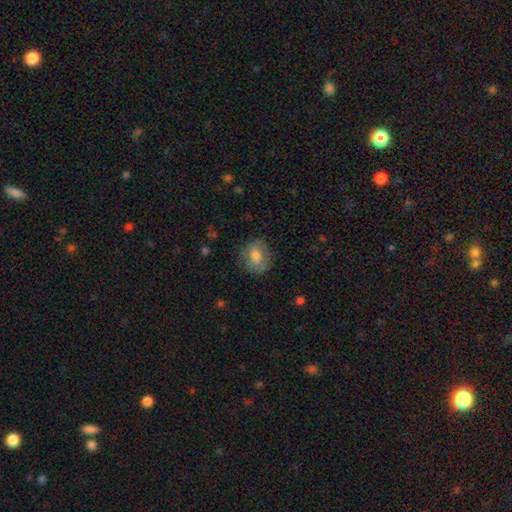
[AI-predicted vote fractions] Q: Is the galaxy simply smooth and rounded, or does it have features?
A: smooth — 72%.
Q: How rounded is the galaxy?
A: round — 49%, tied with in between.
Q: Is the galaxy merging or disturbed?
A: none — 75%.